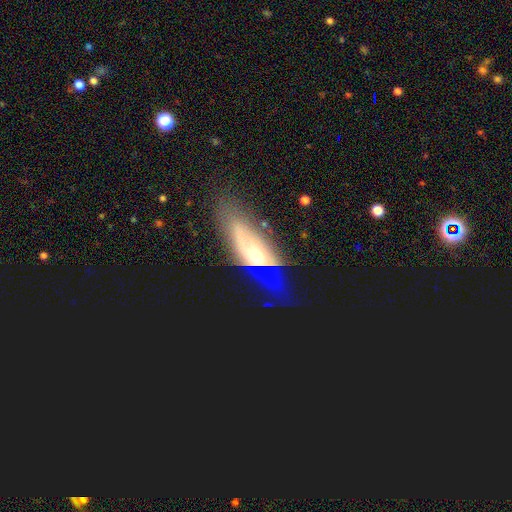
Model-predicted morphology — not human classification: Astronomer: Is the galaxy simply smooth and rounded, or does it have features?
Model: featured or disk — 47% (runner-up: smooth, 31%).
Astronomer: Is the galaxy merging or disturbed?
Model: none — 46% (runner-up: major disturbance, 25%).